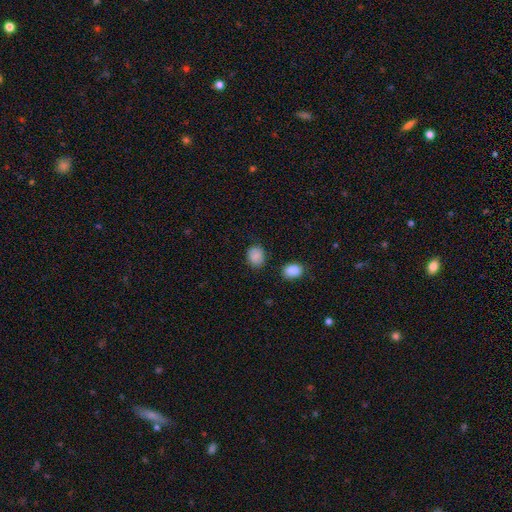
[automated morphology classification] Smooth or featured? smooth (87%)
How rounded? round (53%)
Merging? none (80%)